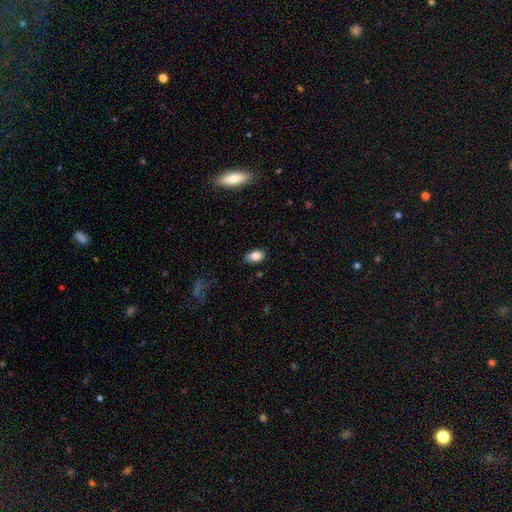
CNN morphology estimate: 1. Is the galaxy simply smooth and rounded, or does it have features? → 84% smooth, 8% star or artifact, 7% featured or disk.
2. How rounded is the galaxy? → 90% in between, 7% round, 3% cigar-shaped.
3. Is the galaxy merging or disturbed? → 81% none, 15% minor disturbance, 3% major disturbance, 1% merger.